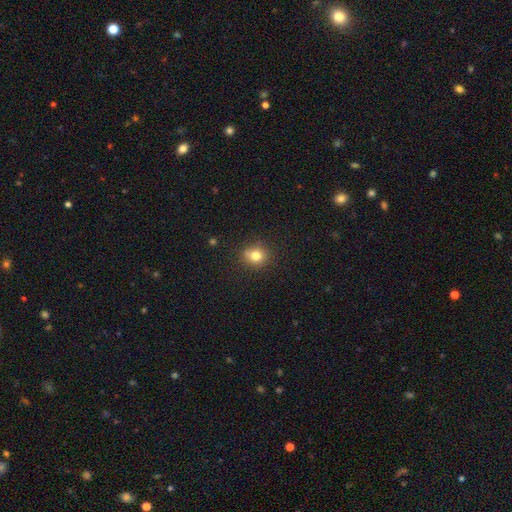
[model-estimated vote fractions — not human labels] Smooth or featured?
  - smooth: 78% *
  - star or artifact: 13%
  - featured or disk: 9%
How rounded?
  - round: 83% *
  - in between: 17%
  - cigar-shaped: 1%
Merging?
  - none: 81% *
  - minor disturbance: 12%
  - merger: 5%
  - major disturbance: 3%